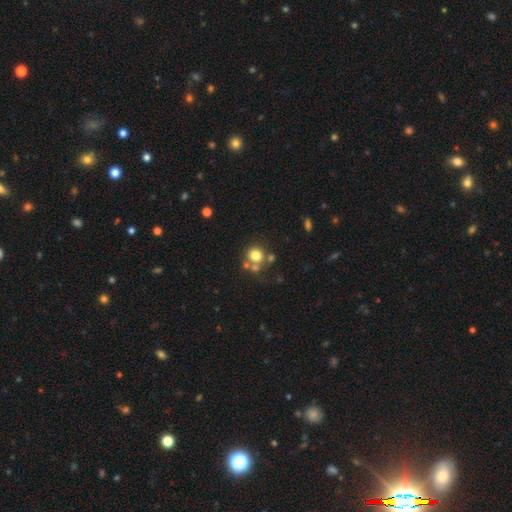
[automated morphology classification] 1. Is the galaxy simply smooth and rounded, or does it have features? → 73% smooth, 14% featured or disk, 13% star or artifact.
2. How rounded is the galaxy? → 86% round, 13% in between, 1% cigar-shaped.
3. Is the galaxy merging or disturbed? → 56% none, 28% merger, 10% minor disturbance, 6% major disturbance.